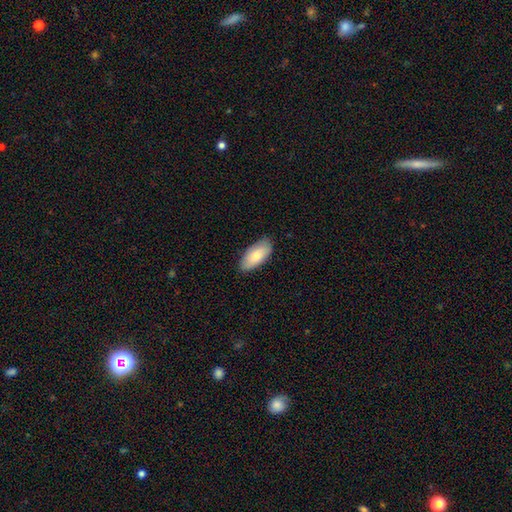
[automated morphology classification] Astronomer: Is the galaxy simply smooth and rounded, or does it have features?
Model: smooth — 77%.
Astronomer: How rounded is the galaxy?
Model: in between — 91%.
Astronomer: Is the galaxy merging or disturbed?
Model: none — 83%.